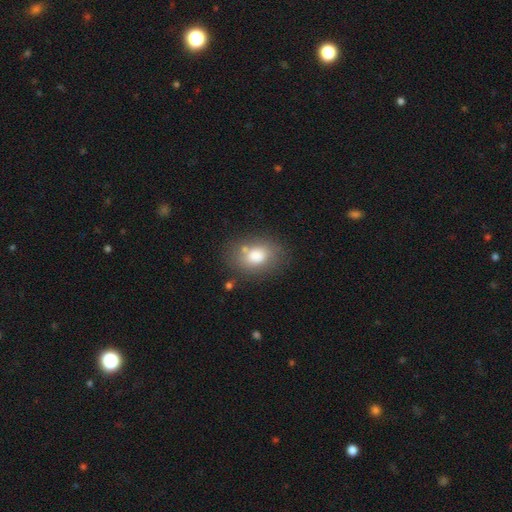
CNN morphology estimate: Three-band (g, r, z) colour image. It shows a smooth galaxy with no disk features (78%) that is in between round and cigar-shaped (70%). Merging: none (68%).